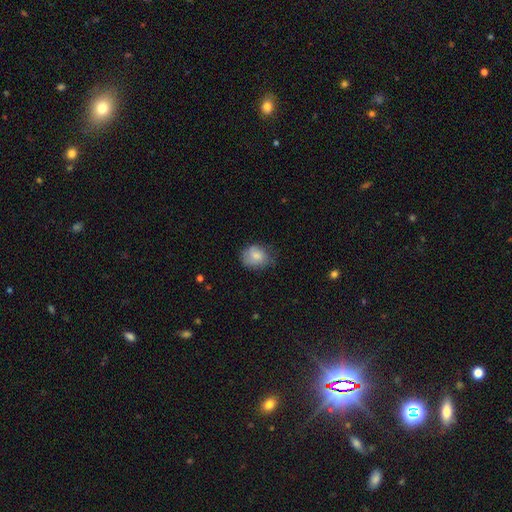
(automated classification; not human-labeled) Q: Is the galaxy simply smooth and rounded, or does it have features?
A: smooth — 78%.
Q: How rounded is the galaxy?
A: in between — 54%.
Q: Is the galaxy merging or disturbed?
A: none — 57%.